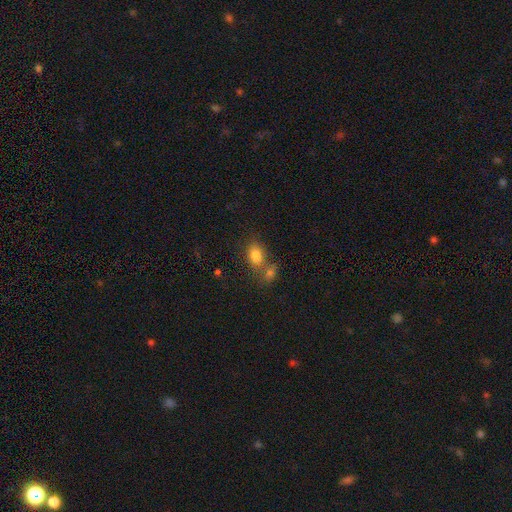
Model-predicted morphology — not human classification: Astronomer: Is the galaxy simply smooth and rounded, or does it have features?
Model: smooth — 79%.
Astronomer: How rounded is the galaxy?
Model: in between — 67%.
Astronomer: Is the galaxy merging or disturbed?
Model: none — 52% (runner-up: merger, 32%).